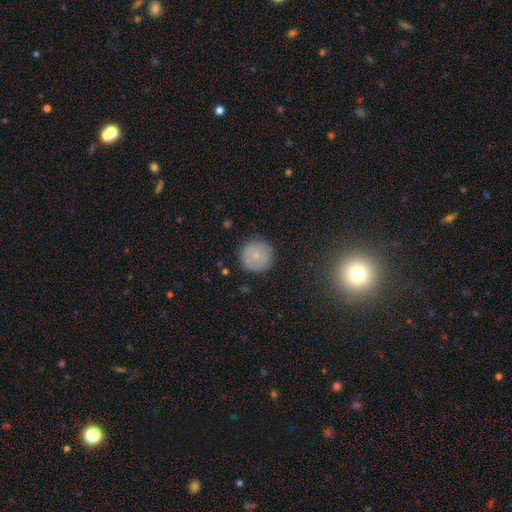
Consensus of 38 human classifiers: Overall: smooth (74%). How rounded: round (100%). Merging: none (89%).